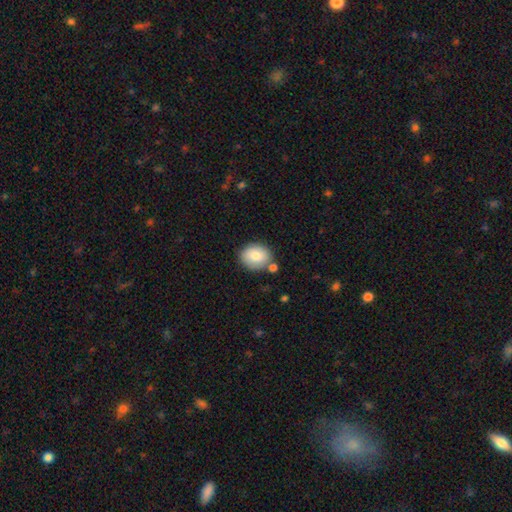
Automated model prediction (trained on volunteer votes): Smooth or featured? smooth (81%)
How rounded? round (60%)
Merging? none (73%)